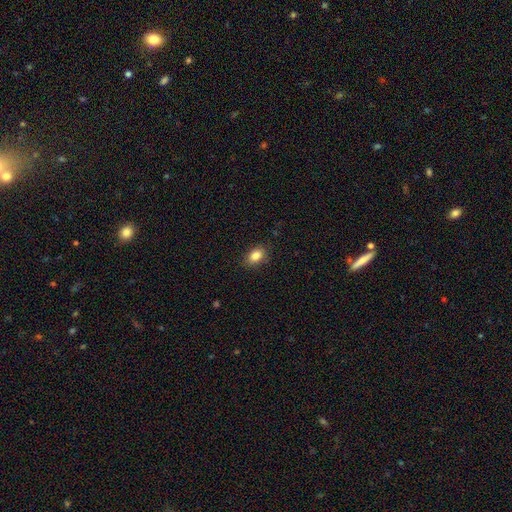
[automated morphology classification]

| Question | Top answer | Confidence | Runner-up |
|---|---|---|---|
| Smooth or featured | smooth | 86% | star or artifact (9%) |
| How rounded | in between | 80% | round (19%) |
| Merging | none | 85% | minor disturbance (11%) |